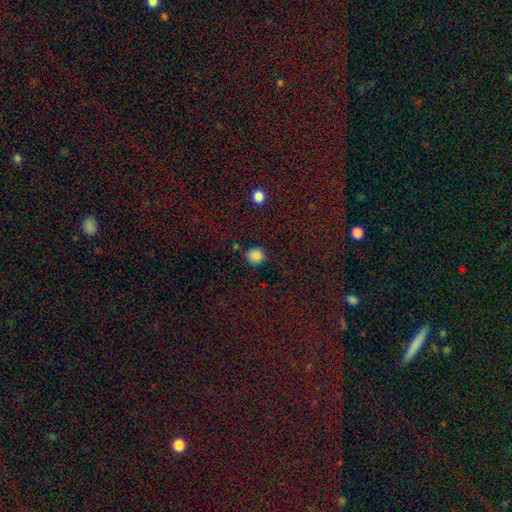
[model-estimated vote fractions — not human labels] smooth_or_featured: smooth (p=0.82) [alt: star or artifact p=0.13]
how_rounded: round (p=0.89) [alt: in between p=0.10]
merging: none (p=0.84) [alt: minor disturbance p=0.11]